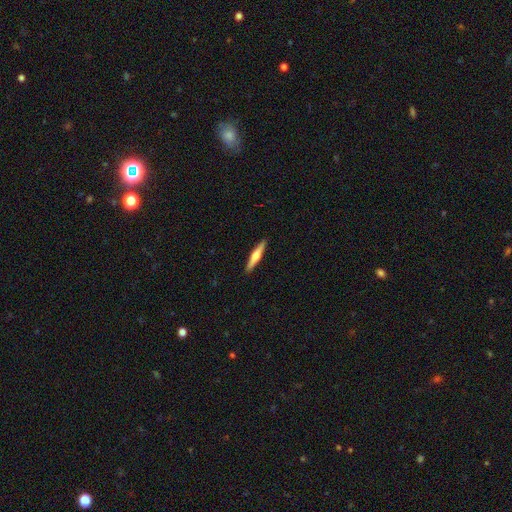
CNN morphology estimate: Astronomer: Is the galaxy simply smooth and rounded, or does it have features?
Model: featured or disk — 55% (runner-up: smooth, 40%).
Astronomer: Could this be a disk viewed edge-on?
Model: yes — 97%.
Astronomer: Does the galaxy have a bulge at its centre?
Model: rounded — 88%.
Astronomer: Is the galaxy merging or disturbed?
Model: none — 92%.